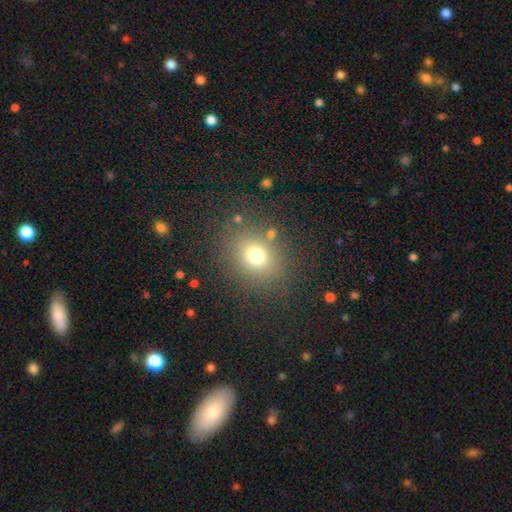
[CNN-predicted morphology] A smooth galaxy with no disk features (72%) that is round (67%).

Vote fractions:
- Smooth or featured? smooth: 72% / star or artifact: 18% / featured or disk: 10%
- How rounded? round: 67% / in between: 32% / cigar-shaped: 1%
- Merging? none: 81% / minor disturbance: 10% / major disturbance: 6% / merger: 3%